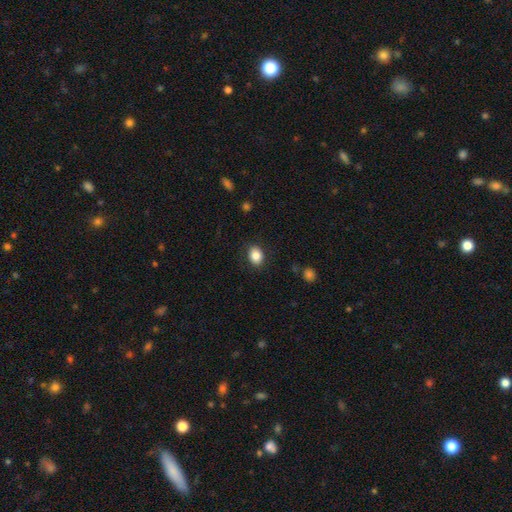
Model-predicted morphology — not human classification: smooth 85%, star or artifact 9%, featured or disk 6%. Down the decision tree: how rounded — in between (64%); merging — none (87%).